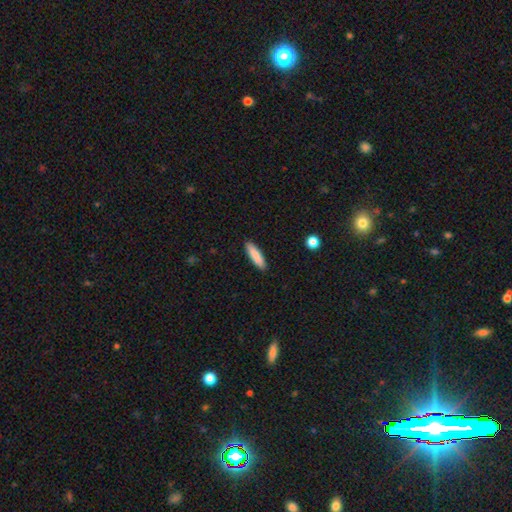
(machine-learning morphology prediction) Smooth or featured? smooth (87%)
How rounded? cigar-shaped (73%)
Merging? none (90%)